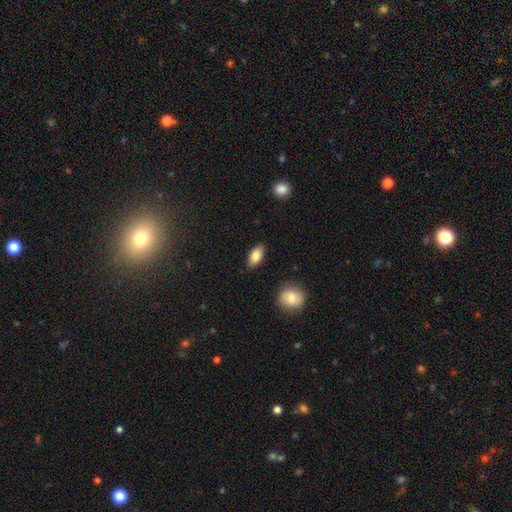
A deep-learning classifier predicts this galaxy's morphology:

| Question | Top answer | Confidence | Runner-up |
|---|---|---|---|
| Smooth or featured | smooth | 84% | featured or disk (9%) |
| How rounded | in between | 91% | cigar-shaped (5%) |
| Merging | none | 85% | minor disturbance (11%) |